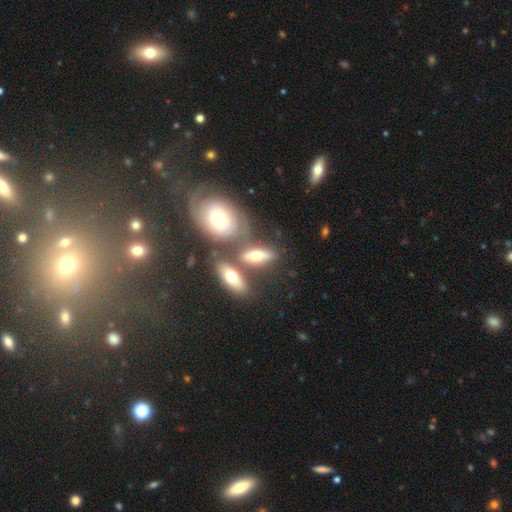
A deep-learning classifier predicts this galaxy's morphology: This is possibly a smooth galaxy (51%). How rounded: likely in between (72%). Merging: marginally none (43%).